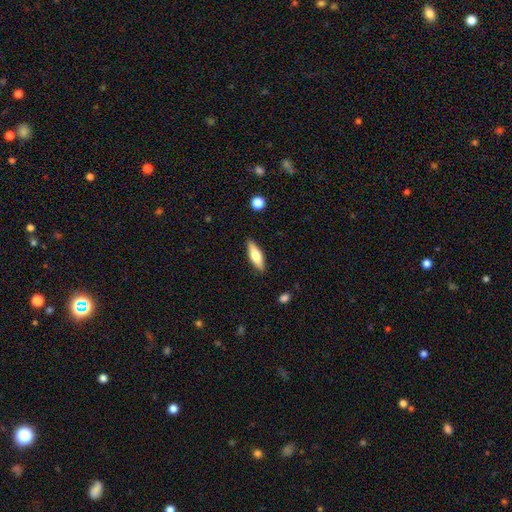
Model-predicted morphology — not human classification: Smooth or featured?
  - smooth: 60% *
  - featured or disk: 34%
  - star or artifact: 6%
How rounded?
  - in between: 51% *
  - cigar-shaped: 46%
  - round: 2%
Merging?
  - none: 88% *
  - minor disturbance: 9%
  - major disturbance: 2%
  - merger: 1%